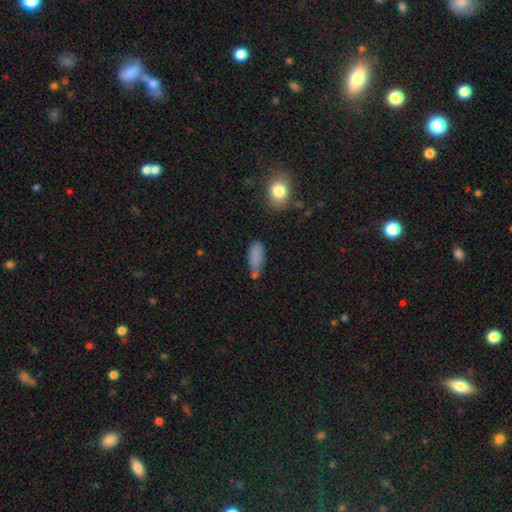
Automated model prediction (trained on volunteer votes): smooth 82%, star or artifact 9%, featured or disk 9%. Down the decision tree: how rounded — in between (83%); merging — none (52%).